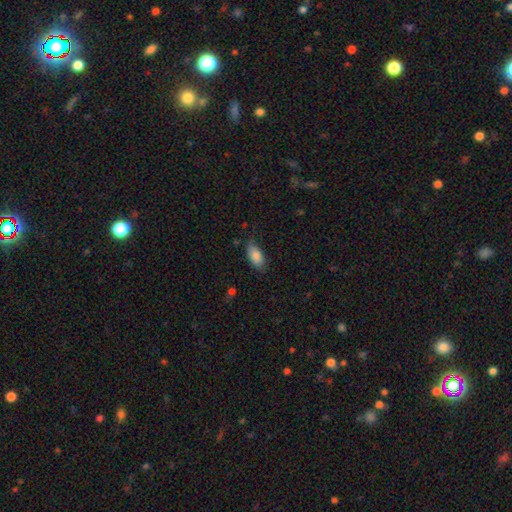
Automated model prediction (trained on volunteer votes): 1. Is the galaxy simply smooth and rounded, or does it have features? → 84% smooth, 9% featured or disk, 7% star or artifact.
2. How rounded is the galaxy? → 91% in between, 6% cigar-shaped, 3% round.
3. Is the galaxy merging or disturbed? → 71% none, 23% minor disturbance, 5% major disturbance, 2% merger.